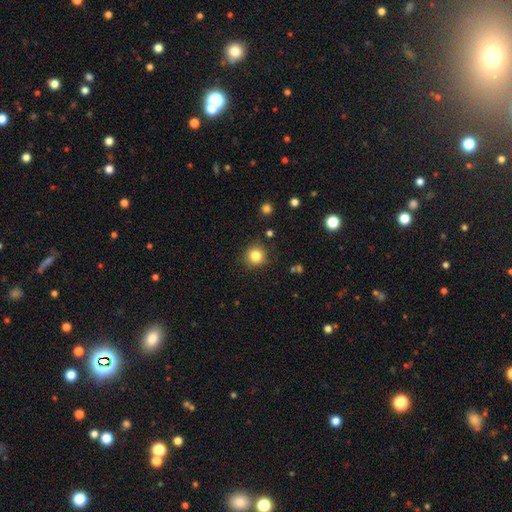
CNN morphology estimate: The model was most divided on "smooth or featured": smooth: 82%, star or artifact: 12%, featured or disk: 6%. More confident: how rounded — round (93%); merging — none (88%).